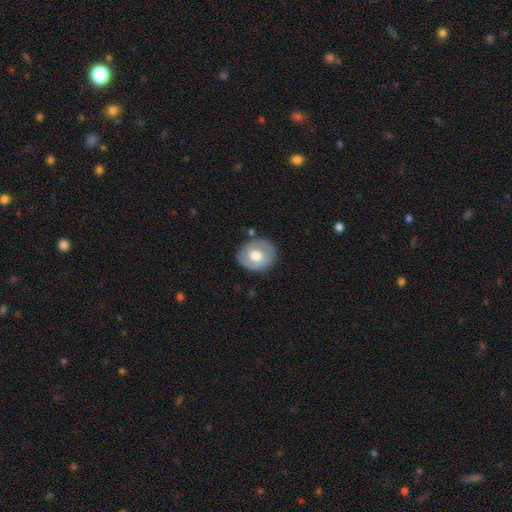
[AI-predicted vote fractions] smooth 51%, featured or disk 43%, star or artifact 6%. Down the decision tree: how rounded — round (61%); merging — none (79%).